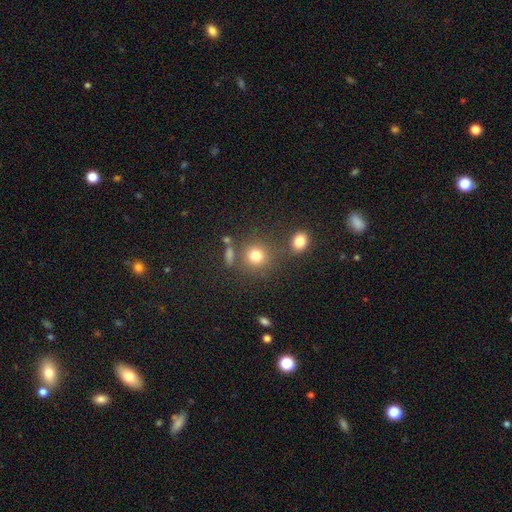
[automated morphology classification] Smooth or featured: smooth — 77% (star or artifact — 14%)
How rounded: round — 88% (in between — 11%)
Merging: none — 72% (merger — 13%)